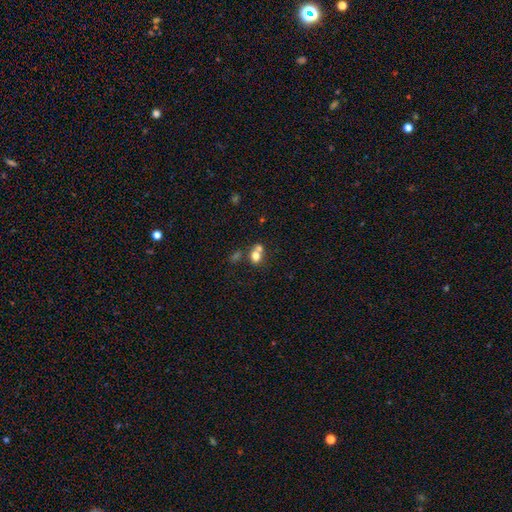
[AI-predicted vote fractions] Q: Smooth or featured?
A: smooth (73%); runner-up: featured or disk (14%)
Q: How rounded?
A: round (58%); runner-up: in between (41%)
Q: Merging?
A: merger (50%); runner-up: none (37%)